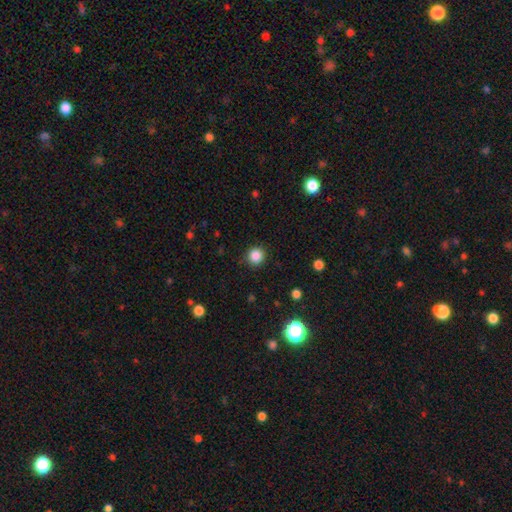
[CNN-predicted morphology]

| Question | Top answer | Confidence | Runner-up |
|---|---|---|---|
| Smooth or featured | smooth | 85% | star or artifact (12%) |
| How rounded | round | 94% | in between (5%) |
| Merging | none | 90% | minor disturbance (7%) |